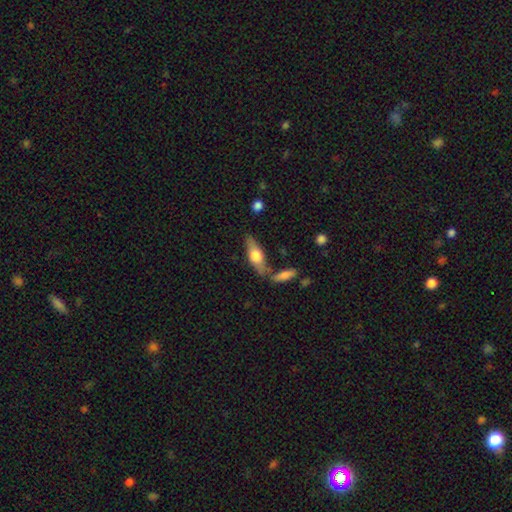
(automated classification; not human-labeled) smooth_or_featured: smooth (p=0.54) [alt: featured or disk p=0.41]
how_rounded: in between (p=0.56) [alt: cigar-shaped p=0.41]
merging: none (p=0.68) [alt: minor disturbance p=0.14]